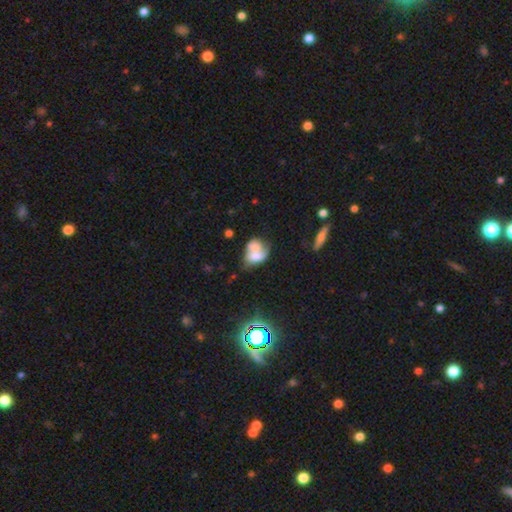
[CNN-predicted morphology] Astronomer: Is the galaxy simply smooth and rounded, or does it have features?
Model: smooth — 56% (runner-up: featured or disk, 33%).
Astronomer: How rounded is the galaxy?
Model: in between — 66%.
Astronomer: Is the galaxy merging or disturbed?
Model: merger — 66%.